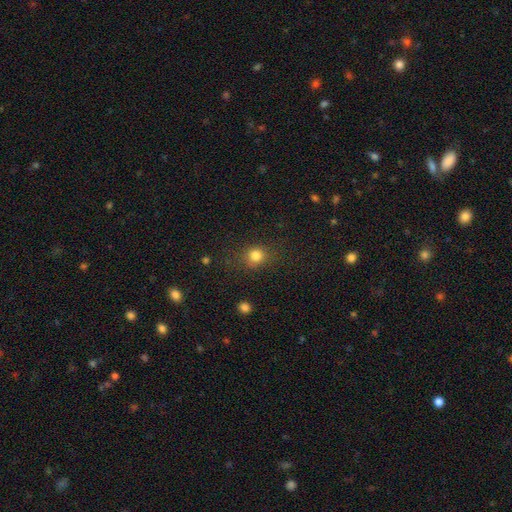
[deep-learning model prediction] This appears to be a smooth galaxy with no disk features (82%) that is round (80%). Merging: none (79%).